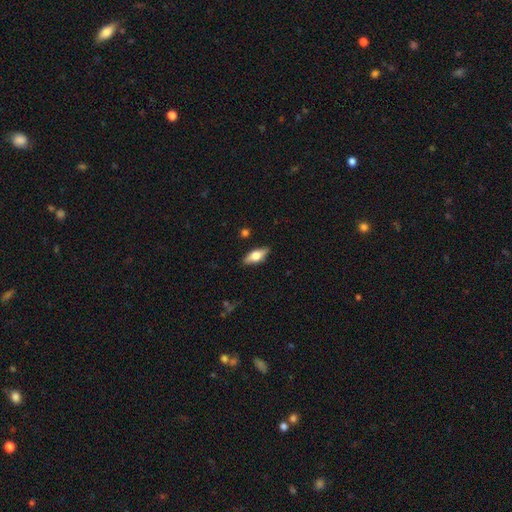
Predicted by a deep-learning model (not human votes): Overall: smooth (54%; featured or disk 40%). How rounded: in between (75%). Merging: none (86%).